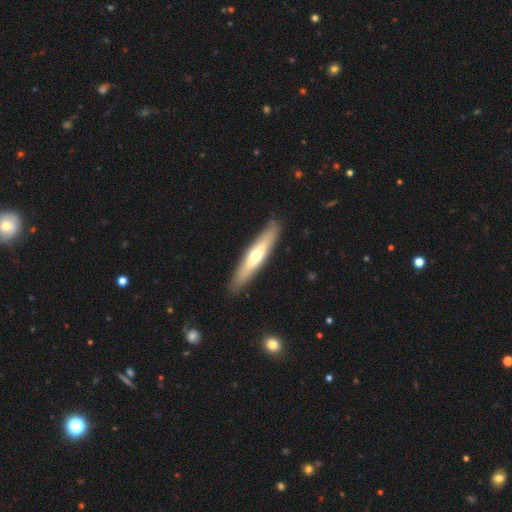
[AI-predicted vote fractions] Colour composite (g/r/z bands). It shows a featured or disk galaxy (51%) viewed edge-on (78%). Merging: none (88%).